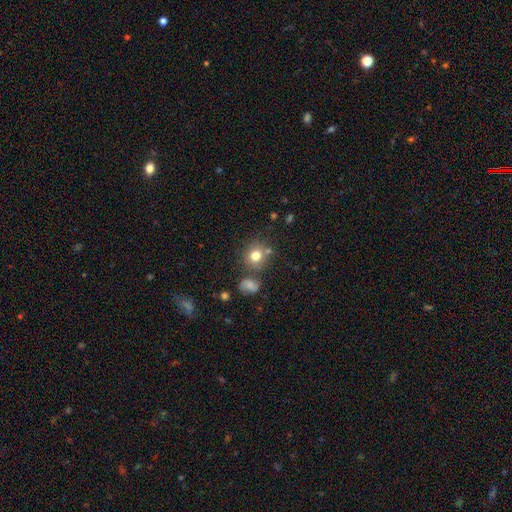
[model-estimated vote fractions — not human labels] Smooth or featured?
  - smooth: 76% *
  - featured or disk: 12%
  - star or artifact: 12%
How rounded?
  - round: 83% *
  - in between: 16%
  - cigar-shaped: 1%
Merging?
  - none: 67% *
  - merger: 15%
  - minor disturbance: 13%
  - major disturbance: 5%